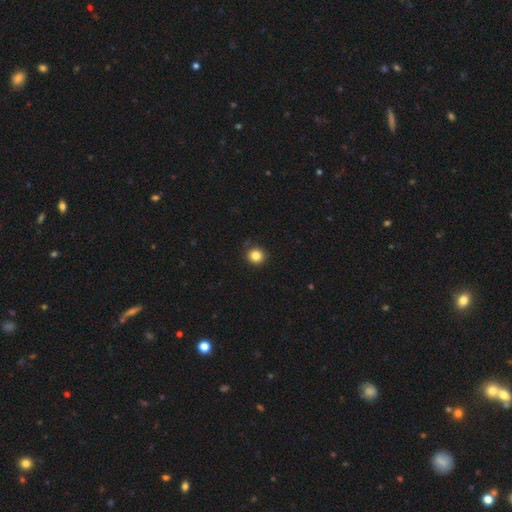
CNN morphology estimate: Smooth or featured?
  - smooth: 83% *
  - star or artifact: 12%
  - featured or disk: 5%
How rounded?
  - round: 93% *
  - in between: 6%
  - cigar-shaped: 1%
Merging?
  - none: 89% *
  - minor disturbance: 8%
  - major disturbance: 2%
  - merger: 1%